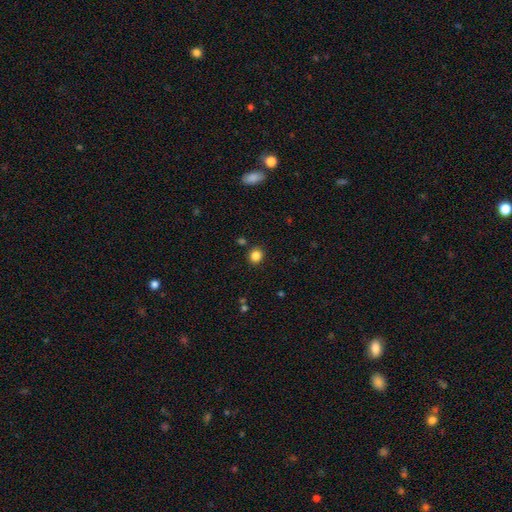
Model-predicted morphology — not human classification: smooth-or-featured: smooth: 84% | star or artifact: 12% | featured or disk: 4%
  how-rounded: round: 82% | in between: 17% | cigar-shaped: 1%
  merging: none: 88% | minor disturbance: 7% | merger: 2% | major disturbance: 2%